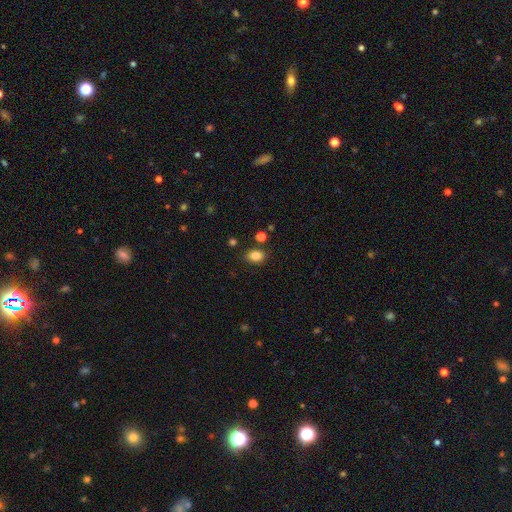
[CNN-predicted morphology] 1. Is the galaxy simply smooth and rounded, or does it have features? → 83% smooth, 11% star or artifact, 6% featured or disk.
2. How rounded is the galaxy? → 71% in between, 28% round, 1% cigar-shaped.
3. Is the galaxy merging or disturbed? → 82% none, 11% minor disturbance, 4% merger, 3% major disturbance.